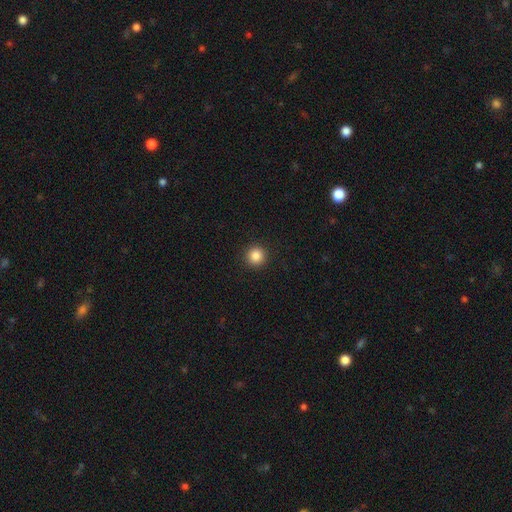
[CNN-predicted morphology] Smooth or featured? smooth (85%)
How rounded? round (95%)
Merging? none (93%)